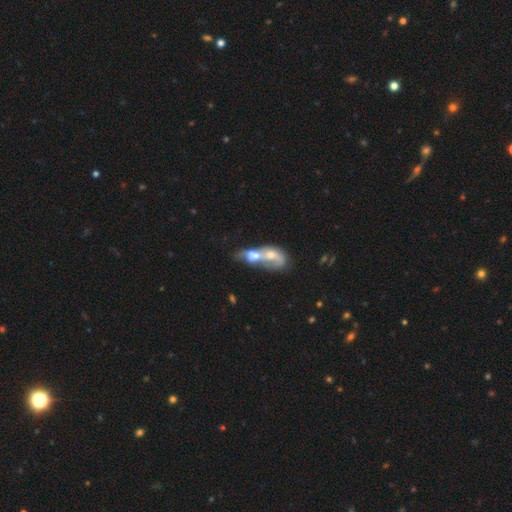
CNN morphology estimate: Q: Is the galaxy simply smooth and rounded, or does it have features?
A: featured or disk — 53%.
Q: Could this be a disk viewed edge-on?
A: no — 93%.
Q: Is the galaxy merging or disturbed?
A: merger — 83%.